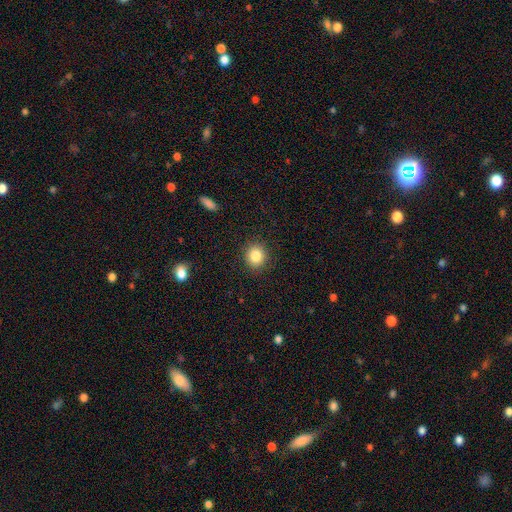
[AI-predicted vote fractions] Smooth or featured: smooth — 84% (star or artifact — 10%)
How rounded: round — 83% (in between — 16%)
Merging: none — 90% (minor disturbance — 7%)